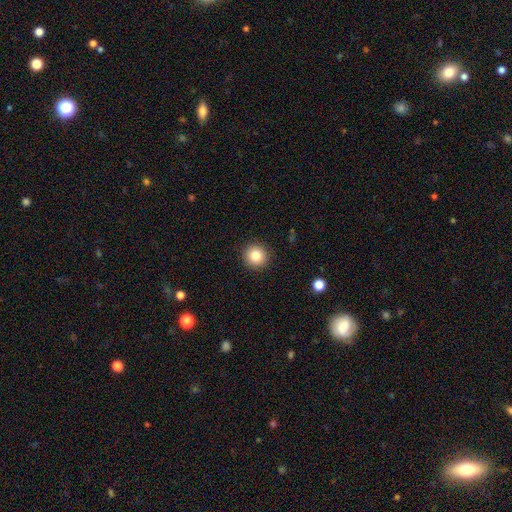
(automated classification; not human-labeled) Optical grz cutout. It shows a smooth galaxy with no disk features (83%) that is round (94%). Merging: none (92%).